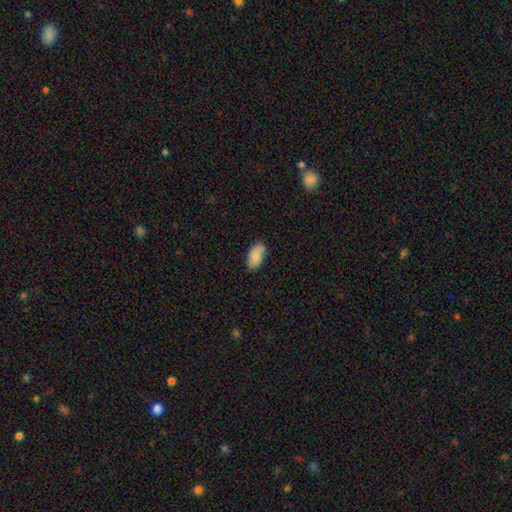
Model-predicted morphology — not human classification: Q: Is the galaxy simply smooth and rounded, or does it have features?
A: smooth — 86%.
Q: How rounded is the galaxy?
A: in between — 94%.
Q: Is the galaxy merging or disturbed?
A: none — 77%.